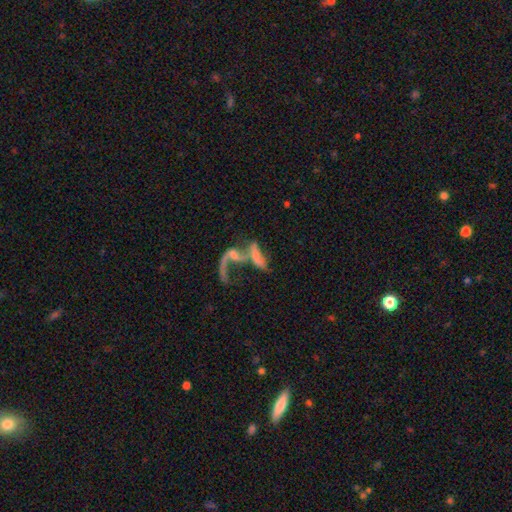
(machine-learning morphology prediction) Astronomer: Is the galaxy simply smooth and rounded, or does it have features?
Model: featured or disk — 62%.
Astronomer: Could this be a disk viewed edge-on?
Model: no — 87%.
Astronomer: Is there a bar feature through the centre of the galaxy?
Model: no — 64%.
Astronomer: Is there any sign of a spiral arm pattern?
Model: yes — 54% (runner-up: no, 46%).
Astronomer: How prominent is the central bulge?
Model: none — 38% (runner-up: small, 36%).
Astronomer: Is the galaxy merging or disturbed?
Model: merger — 61%.